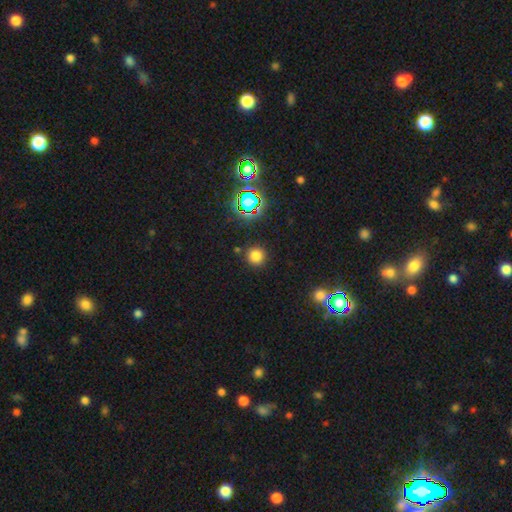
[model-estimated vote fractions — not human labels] Overall: smooth (75%). How rounded: round (94%). Merging: none (89%).